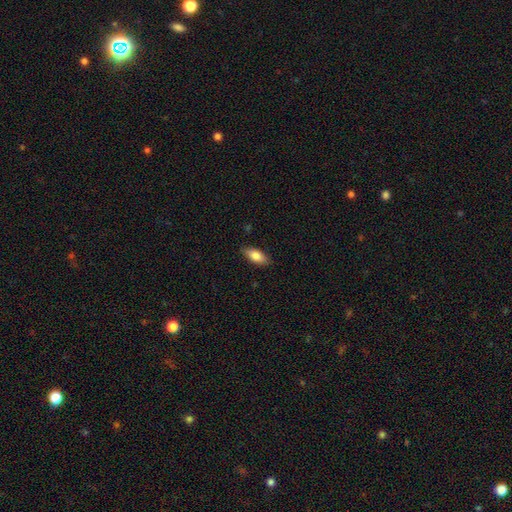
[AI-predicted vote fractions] Smooth or featured: smooth — 79% (featured or disk — 14%)
How rounded: in between — 81% (cigar-shaped — 17%)
Merging: none — 85% (minor disturbance — 12%)